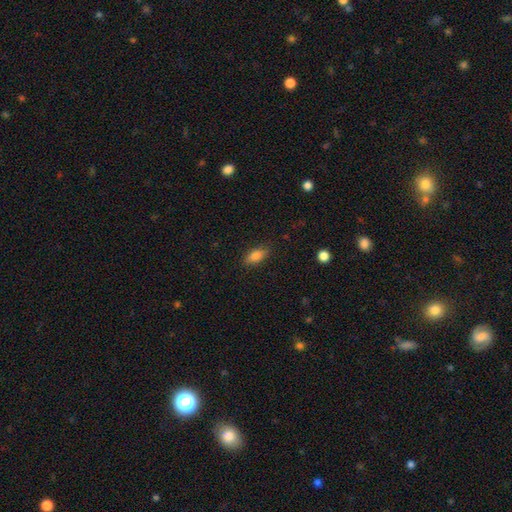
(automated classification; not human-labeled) Smooth or featured: smooth — 83% (featured or disk — 9%)
How rounded: in between — 85% (cigar-shaped — 11%)
Merging: none — 84% (minor disturbance — 12%)